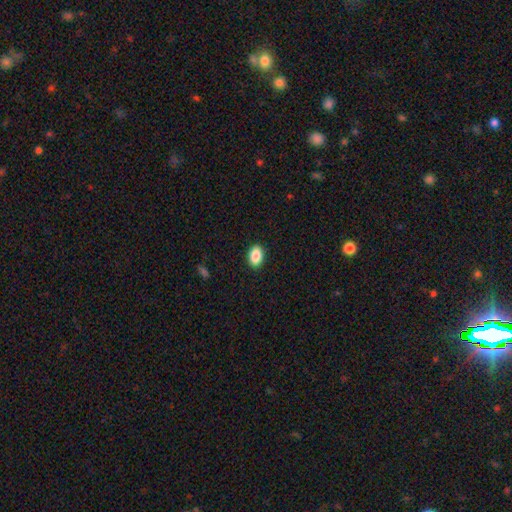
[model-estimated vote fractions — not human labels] The model was most divided on "how rounded": in between: 89%, round: 10%, cigar-shaped: 2%. More confident: merging — none (90%); smooth or featured — smooth (88%).